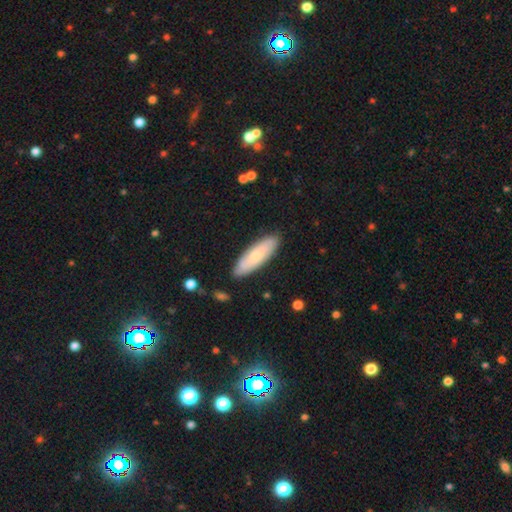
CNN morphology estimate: type=smooth (69%); roundness=cigar-shaped (52%); merging=none (86%).